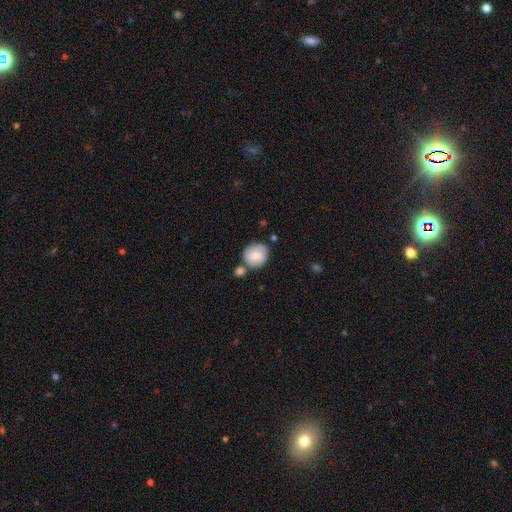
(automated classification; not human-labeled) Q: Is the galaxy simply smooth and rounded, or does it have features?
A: smooth — 65%.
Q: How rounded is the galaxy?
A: round — 83%.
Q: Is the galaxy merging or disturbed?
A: none — 59%.